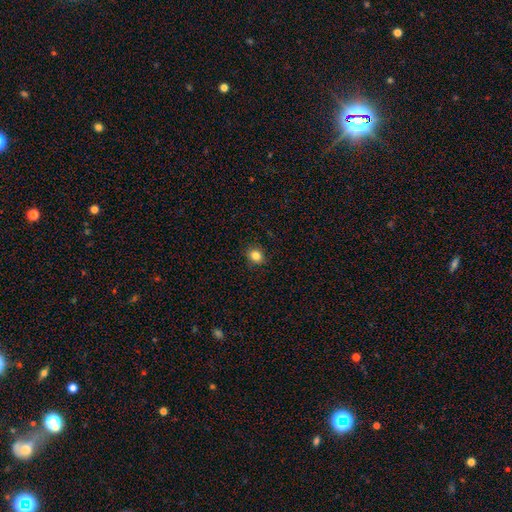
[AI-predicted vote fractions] smooth-or-featured: smooth: 84% | star or artifact: 11% | featured or disk: 5%
  how-rounded: round: 61% | in between: 38% | cigar-shaped: 1%
  merging: none: 89% | minor disturbance: 8% | major disturbance: 2% | merger: 1%